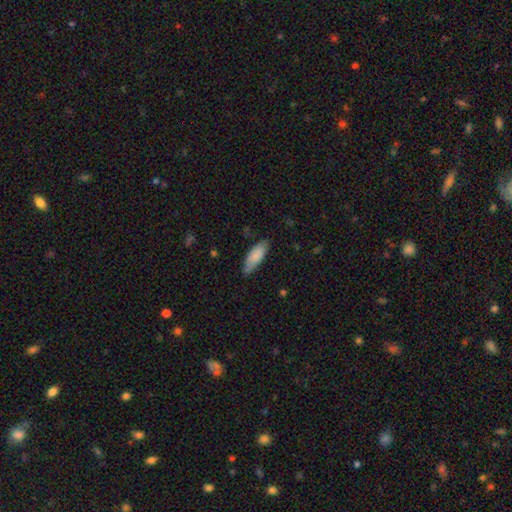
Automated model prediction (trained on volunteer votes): Smooth or featured? smooth (84%)
How rounded? in between (69%)
Merging? none (73%)